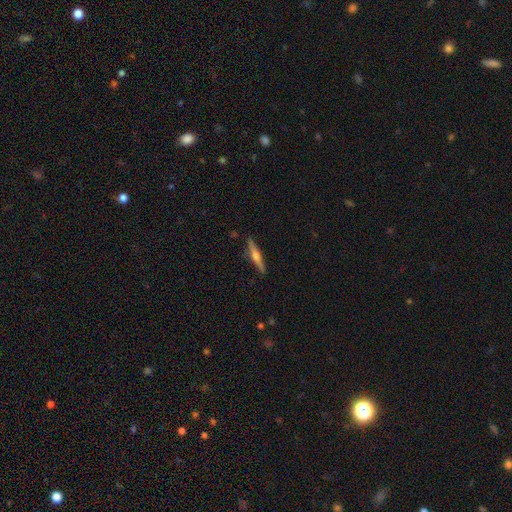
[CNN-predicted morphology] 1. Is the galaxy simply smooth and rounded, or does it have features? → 67% featured or disk, 27% smooth, 6% star or artifact.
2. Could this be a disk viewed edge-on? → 98% yes, 2% no.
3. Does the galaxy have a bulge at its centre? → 85% rounded, 10% boxy, 5% none.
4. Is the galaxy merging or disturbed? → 90% none, 8% minor disturbance, 2% major disturbance, 1% merger.